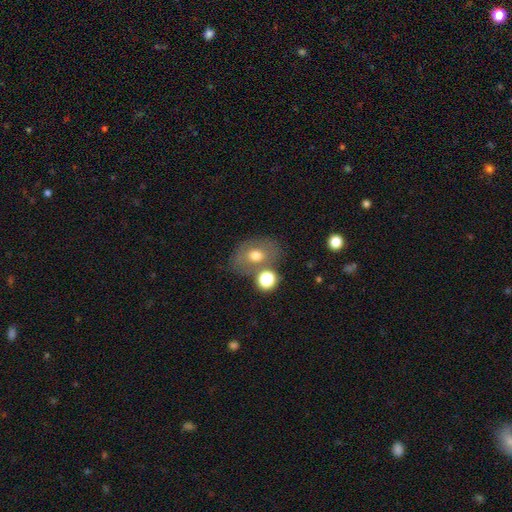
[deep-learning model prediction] smooth-or-featured: smooth: 61% | featured or disk: 27% | star or artifact: 12%
  how-rounded: in between: 67% | round: 32% | cigar-shaped: 1%
  merging: none: 60% | merger: 17% | minor disturbance: 15% | major disturbance: 7%